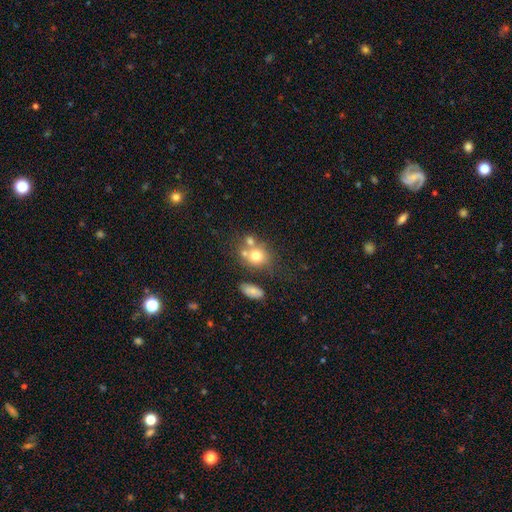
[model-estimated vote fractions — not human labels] Q: Smooth or featured?
A: smooth (69%); runner-up: featured or disk (20%)
Q: How rounded?
A: round (69%); runner-up: in between (30%)
Q: Merging?
A: none (44%); runner-up: merger (38%)